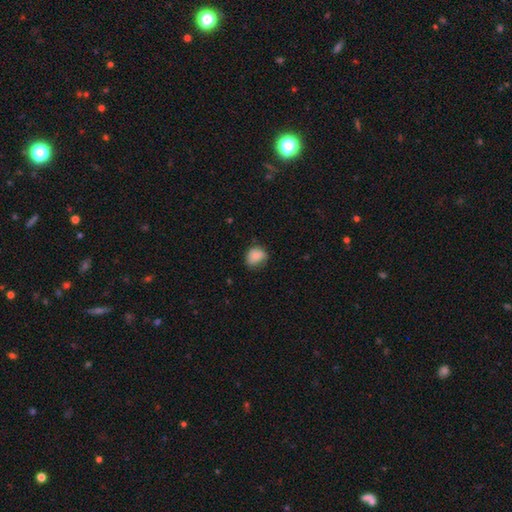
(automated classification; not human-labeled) This is likely a smooth galaxy (80%). How rounded: possibly round (52%). Merging: possibly none (60%).